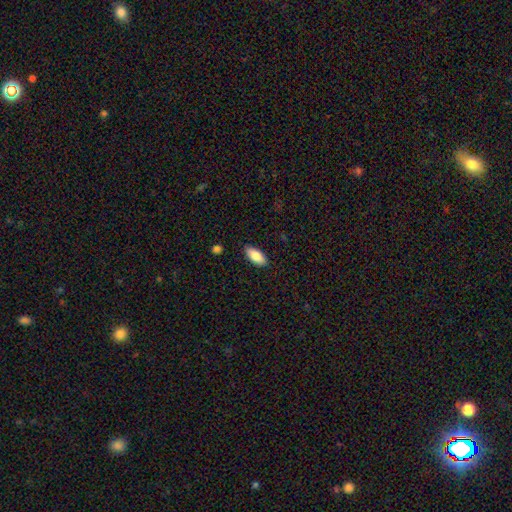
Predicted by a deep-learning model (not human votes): The model was most divided on "smooth or featured": smooth: 84%, featured or disk: 10%, star or artifact: 6%. More confident: merging — none (88%); how rounded — in between (87%).